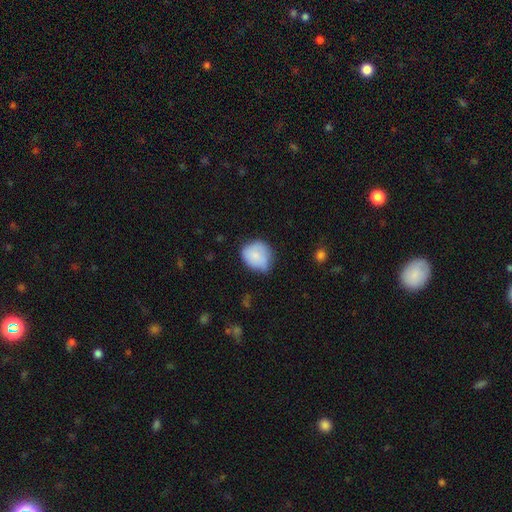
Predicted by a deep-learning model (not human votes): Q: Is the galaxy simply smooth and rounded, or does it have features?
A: smooth — 79%.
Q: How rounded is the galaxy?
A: round — 72%.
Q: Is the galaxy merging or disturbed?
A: none — 46%.